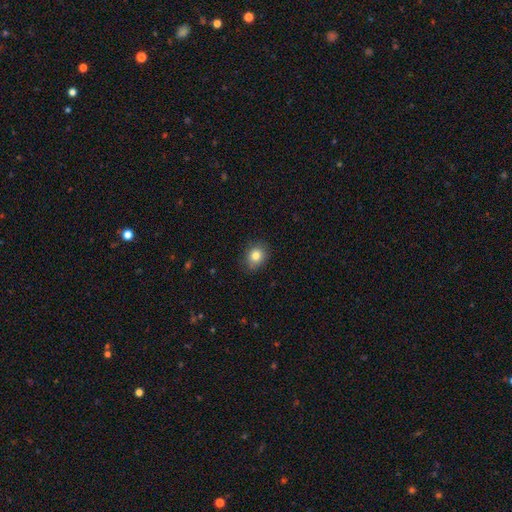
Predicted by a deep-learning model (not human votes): Q: Smooth or featured?
A: smooth (82%); runner-up: star or artifact (10%)
Q: How rounded?
A: round (62%); runner-up: in between (37%)
Q: Merging?
A: none (83%); runner-up: minor disturbance (13%)